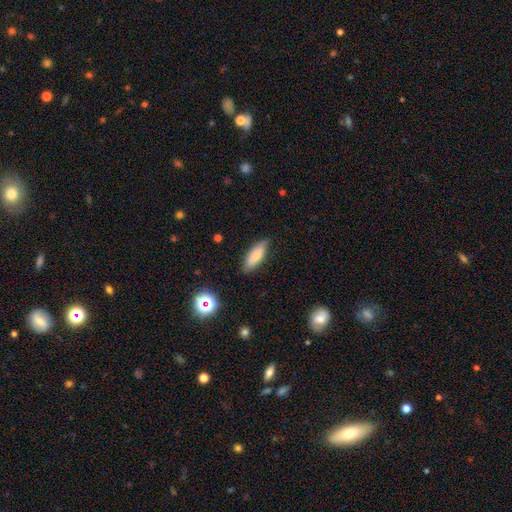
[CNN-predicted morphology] smooth_or_featured: smooth (p=0.76) [alt: featured or disk p=0.17]
how_rounded: in between (p=0.58) [alt: cigar-shaped p=0.40]
merging: none (p=0.82) [alt: minor disturbance p=0.14]